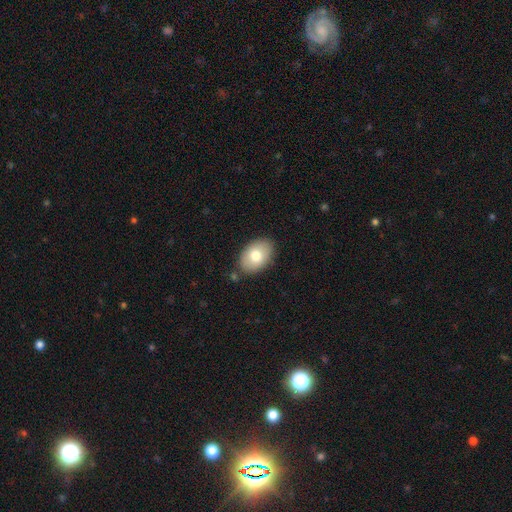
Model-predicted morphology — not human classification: Smooth or featured?
  - smooth: 76% *
  - featured or disk: 17%
  - star or artifact: 7%
How rounded?
  - in between: 87% *
  - round: 12%
  - cigar-shaped: 1%
Merging?
  - none: 83% *
  - minor disturbance: 12%
  - merger: 3%
  - major disturbance: 3%